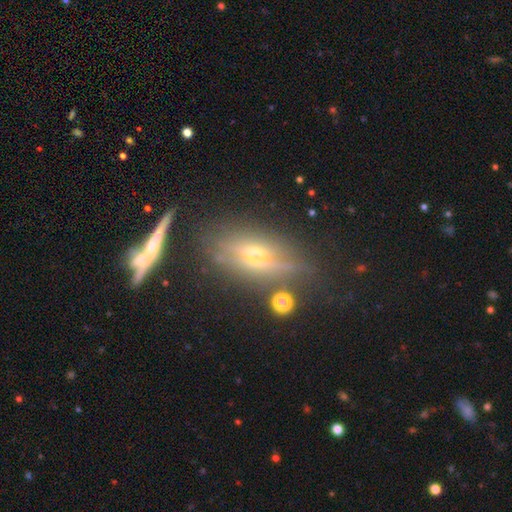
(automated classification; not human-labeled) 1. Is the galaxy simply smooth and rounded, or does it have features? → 61% featured or disk, 23% smooth, 16% star or artifact.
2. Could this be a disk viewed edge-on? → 73% yes, 27% no.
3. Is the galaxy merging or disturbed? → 67% none, 17% minor disturbance, 8% major disturbance, 8% merger.